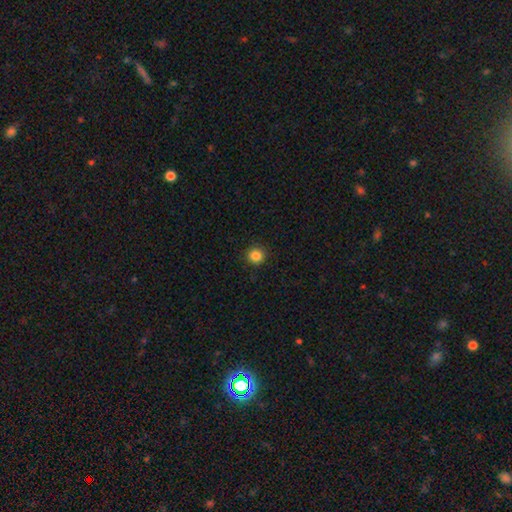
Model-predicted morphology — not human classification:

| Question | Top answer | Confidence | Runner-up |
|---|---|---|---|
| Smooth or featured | smooth | 85% | star or artifact (11%) |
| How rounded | round | 91% | in between (8%) |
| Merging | none | 91% | minor disturbance (6%) |